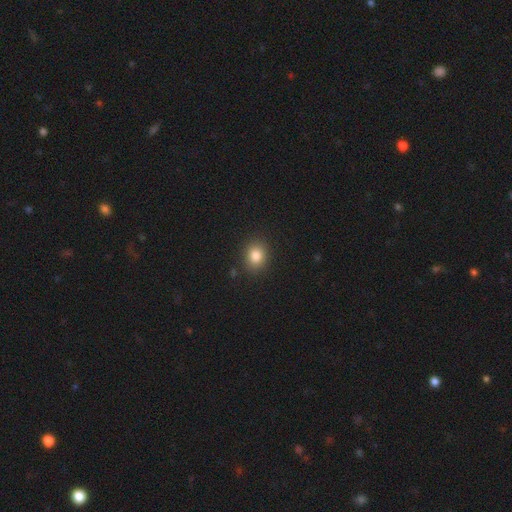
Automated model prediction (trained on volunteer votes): Smooth or featured: smooth — 84% (star or artifact — 11%)
How rounded: round — 59% (in between — 41%)
Merging: none — 87% (minor disturbance — 8%)